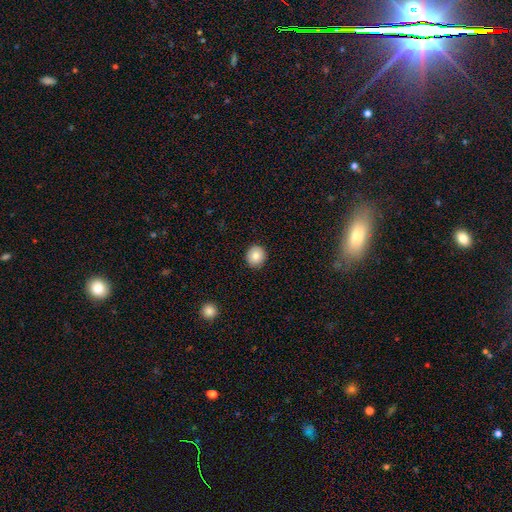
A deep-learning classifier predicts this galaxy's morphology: Smooth or featured? smooth (85%)
How rounded? round (90%)
Merging? none (91%)